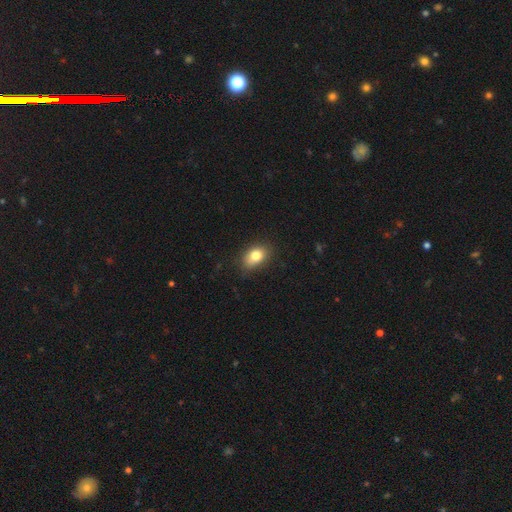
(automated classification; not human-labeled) This appears to be a smooth galaxy with no disk features (81%) that is in between round and cigar-shaped (81%). Merging: none (78%).